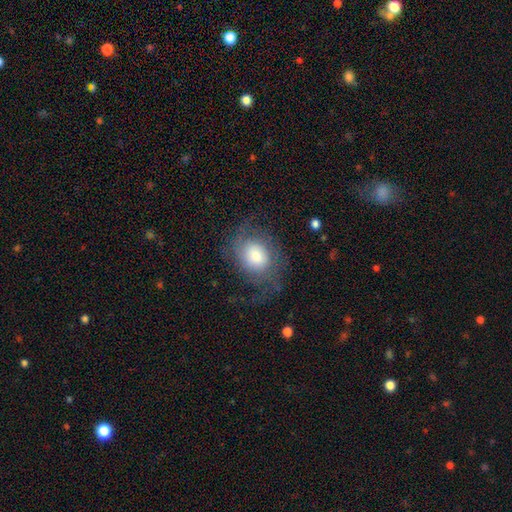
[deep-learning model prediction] The model was most divided on "bulge size": moderate: 39%, large: 34%, small: 15%, dominant: 9%, none: 3%. More confident: edge-on disk — no (97%); spiral arms — yes (85%); bar — no (71%); smooth or featured — featured or disk (57%); merging — none (55%).